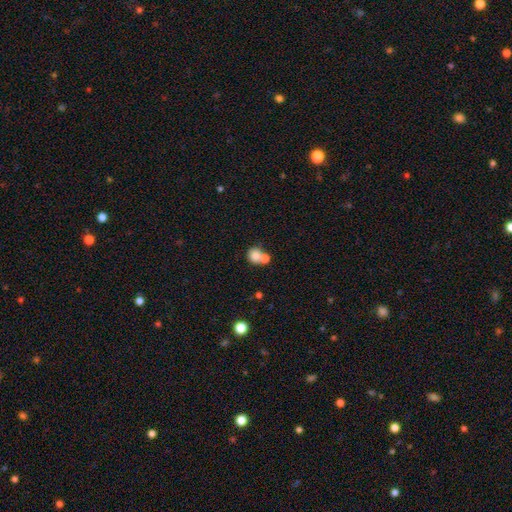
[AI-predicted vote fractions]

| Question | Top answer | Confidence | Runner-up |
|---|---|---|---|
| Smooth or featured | smooth | 80% | featured or disk (11%) |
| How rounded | round | 80% | in between (19%) |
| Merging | merger | 47% | none (40%) |